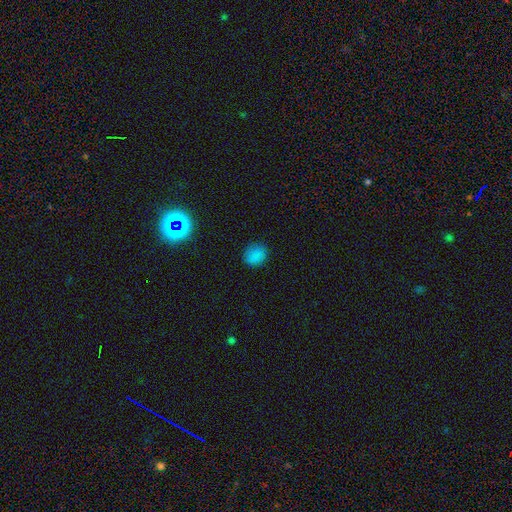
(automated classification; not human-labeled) A smooth galaxy with no disk features (80%) that is round (66%).

Vote fractions:
- Smooth or featured? smooth: 80% / star or artifact: 16% / featured or disk: 4%
- How rounded? round: 66% / in between: 33% / cigar-shaped: 1%
- Merging? none: 85% / minor disturbance: 11% / major disturbance: 3% / merger: 1%